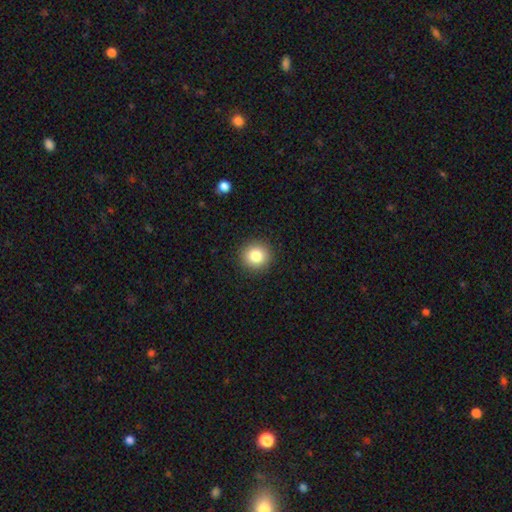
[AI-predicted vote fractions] smooth_or_featured: smooth (p=0.84) [alt: star or artifact p=0.10]
how_rounded: round (p=0.93) [alt: in between p=0.06]
merging: none (p=0.92) [alt: minor disturbance p=0.05]